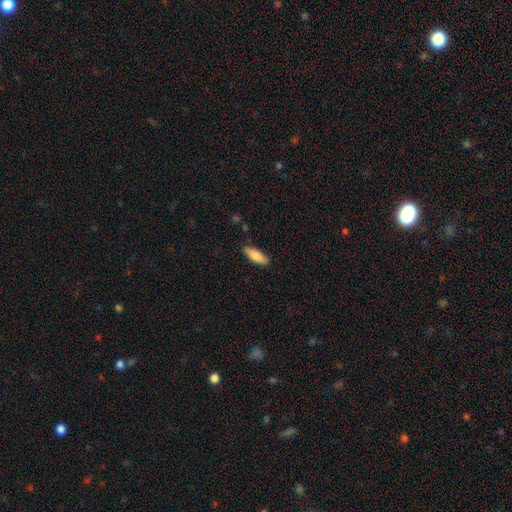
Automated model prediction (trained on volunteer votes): Smooth or featured: smooth — 84% (featured or disk — 10%)
How rounded: in between — 62% (cigar-shaped — 36%)
Merging: none — 85% (minor disturbance — 11%)